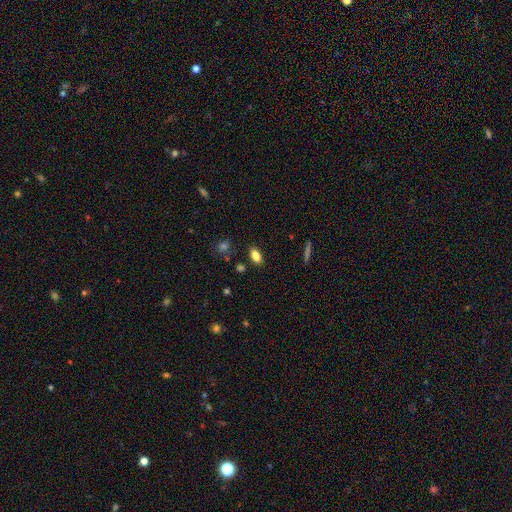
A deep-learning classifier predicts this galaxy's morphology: Smooth or featured: smooth — 82% (star or artifact — 10%)
How rounded: in between — 87% (cigar-shaped — 7%)
Merging: none — 85% (minor disturbance — 10%)